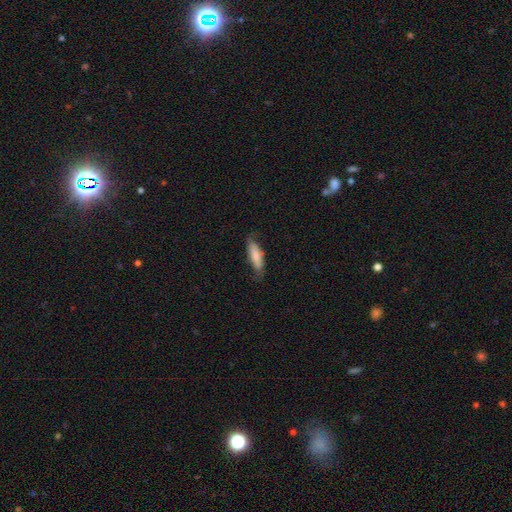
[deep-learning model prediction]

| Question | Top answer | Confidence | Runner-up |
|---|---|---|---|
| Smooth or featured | smooth | 73% | featured or disk (21%) |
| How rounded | cigar-shaped | 53% | in between (45%) |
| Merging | none | 68% | minor disturbance (24%) |